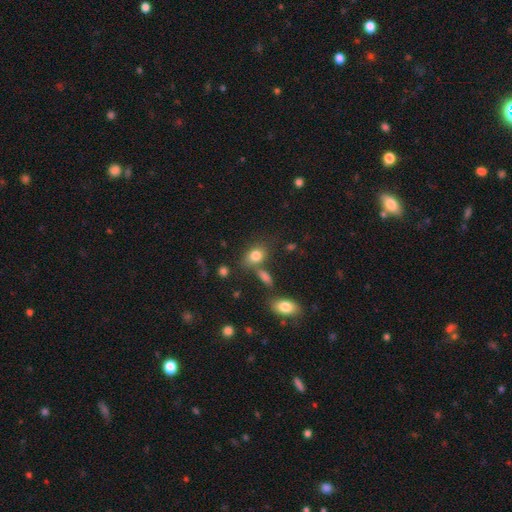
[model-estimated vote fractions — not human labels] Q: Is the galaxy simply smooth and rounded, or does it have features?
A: smooth — 81%.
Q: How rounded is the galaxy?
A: in between — 68%.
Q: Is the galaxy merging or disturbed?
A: none — 64%.